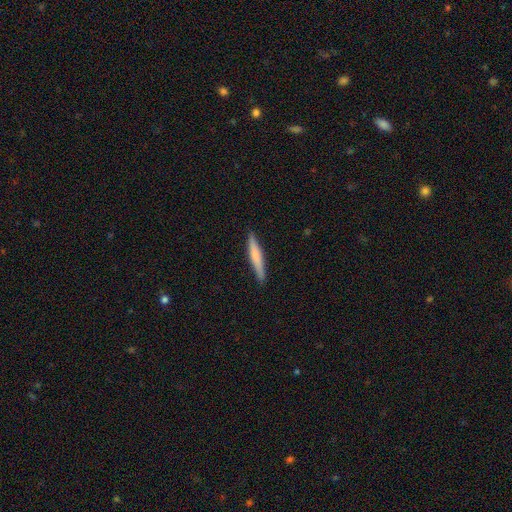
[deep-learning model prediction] Smooth or featured: smooth — 63% (featured or disk — 32%)
How rounded: cigar-shaped — 94% (in between — 5%)
Merging: none — 89% (minor disturbance — 8%)